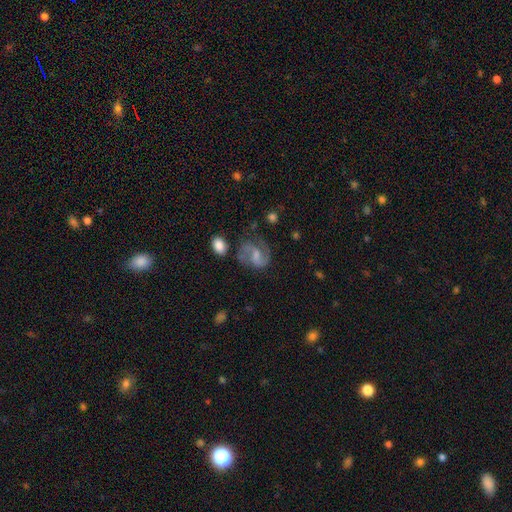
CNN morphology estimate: A featured or disk galaxy (72%) with a weak bar (51%), 2 (89%) medium (51%) spiral arms (92%) and a moderate central bulge (31%, tied with small).

Vote fractions:
- Smooth or featured? featured or disk: 72% / smooth: 20% / star or artifact: 8%
- Edge-on disk? no: 98% / yes: 2%
- Bar? weak: 51% / no: 31% / strong: 18%
- Spiral arms? yes: 92% / no: 8%
- Spiral winding? medium: 51% / loose: 35% / tight: 14%
- Spiral arm count? 2: 89% / can't tell: 5% / 1: 4% / 3: 1% / 4: 1% / more than 4: 1%
- Bulge size? moderate: 31% (tied) / small: 31% (tied) / none: 27% / large: 8% / dominant: 2%
- Merging? none: 62% / minor disturbance: 20% / major disturbance: 12% / merger: 6%